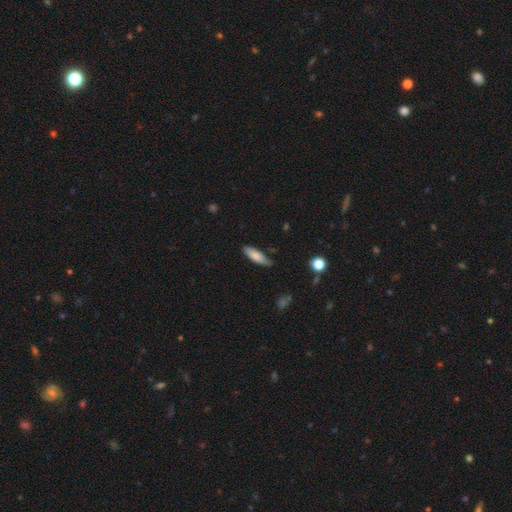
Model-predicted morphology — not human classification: type=smooth (80%); roundness=cigar-shaped (49%, tied with in between); merging=none (71%).